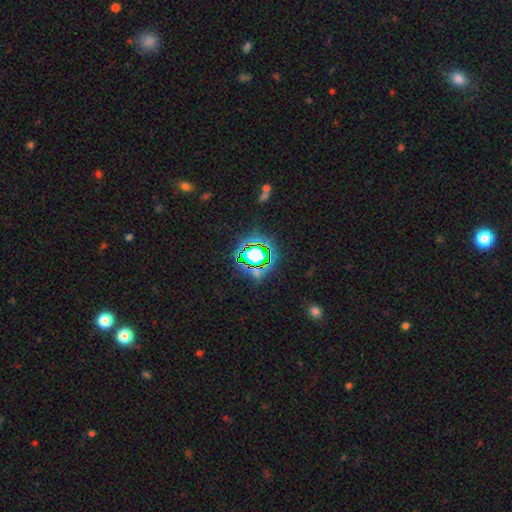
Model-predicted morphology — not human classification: smooth_or_featured: star or artifact (p=0.71) [alt: smooth p=0.18]